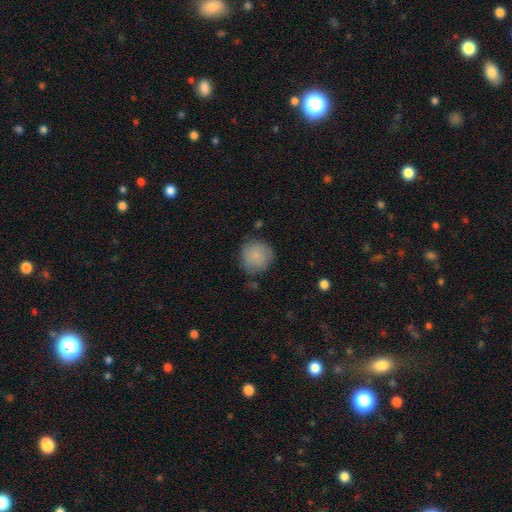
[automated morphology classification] Smooth or featured? Predicted: smooth (p=0.82). How rounded? Predicted: round (p=0.92). Merging? Predicted: none (p=0.73).